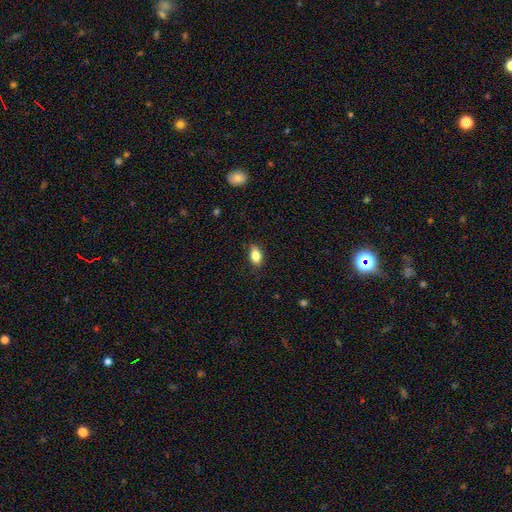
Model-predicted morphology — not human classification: A smooth galaxy with no disk features (84%) that is in between round and cigar-shaped (88%). Merging: none (83%).